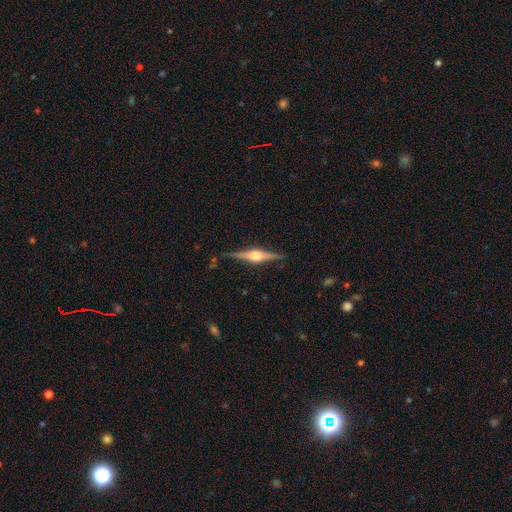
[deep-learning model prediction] Overall: featured or disk (82%). Edge-on disk: yes (98%). Edge-on bulge: rounded (89%). Merging: none (88%).